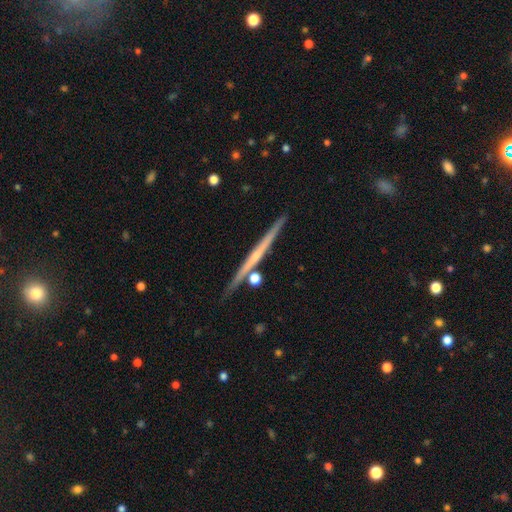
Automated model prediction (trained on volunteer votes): featured or disk 68%, smooth 26%, star or artifact 6%. Down the decision tree: edge-on disk — yes (98%); edge-on bulge — none (69%); merging — none (86%).